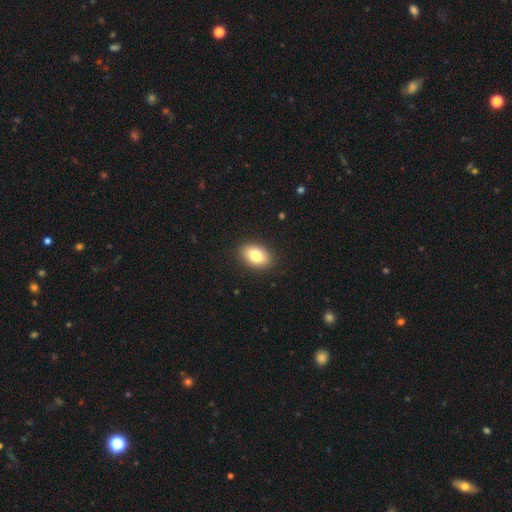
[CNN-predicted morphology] smooth 81%, featured or disk 11%, star or artifact 8%. Down the decision tree: how rounded — in between (88%); merging — none (90%).